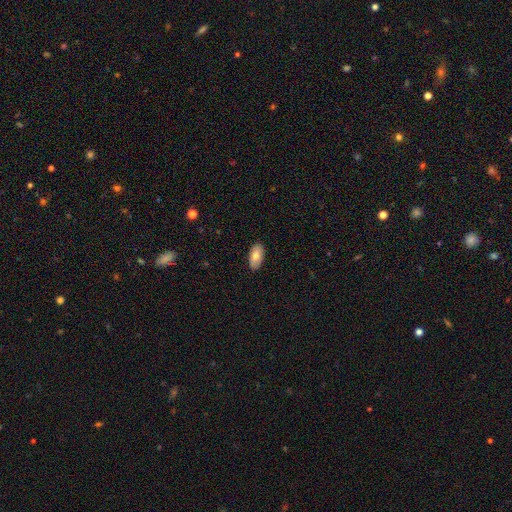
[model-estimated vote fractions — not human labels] Smooth or featured?
  - smooth: 71% *
  - featured or disk: 23%
  - star or artifact: 6%
How rounded?
  - in between: 93% *
  - cigar-shaped: 4%
  - round: 3%
Merging?
  - none: 89% *
  - minor disturbance: 9%
  - major disturbance: 2%
  - merger: 1%